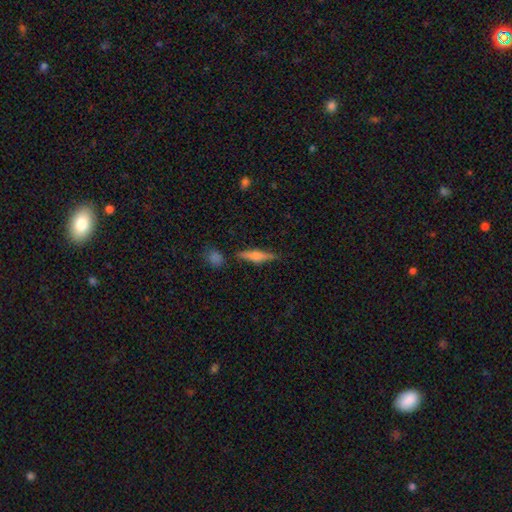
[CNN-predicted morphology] type=featured or disk (54%); edge-on=yes (96%); edge-on bulge=rounded (84%); merging=none (82%).